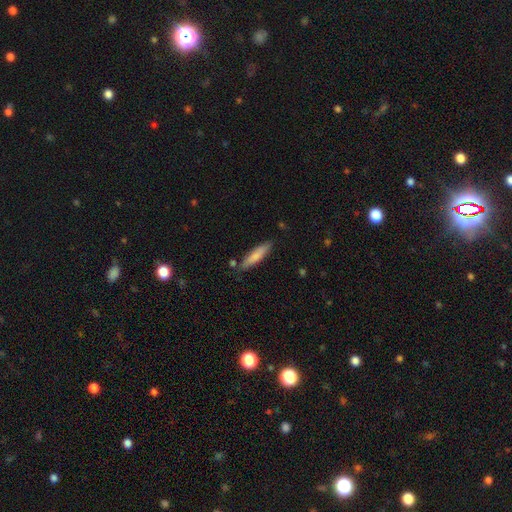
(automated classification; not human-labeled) This is likely a smooth galaxy (77%). How rounded: likely cigar-shaped (80%). Merging: clearly none (80%).